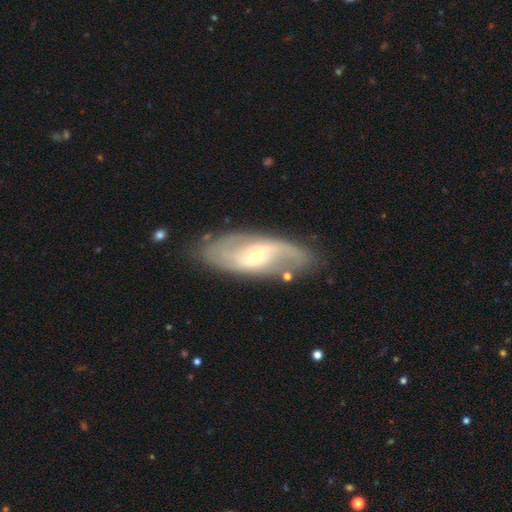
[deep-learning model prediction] Smooth or featured? Predicted: featured or disk (p=0.79). Edge-on disk? Predicted: no (p=0.91). Bar? Predicted: weak (p=0.46). Spiral arms? Predicted: yes (p=0.91). Spiral winding? Predicted: loose (p=0.42). Spiral arm count? Predicted: 2 (p=0.78). Bulge size? Predicted: small (p=0.68). Merging? Predicted: none (p=0.78).